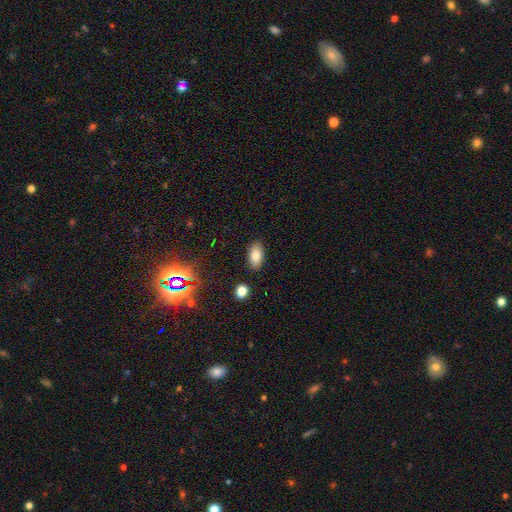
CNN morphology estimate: type=smooth (81%); roundness=in between (91%); merging=none (87%).